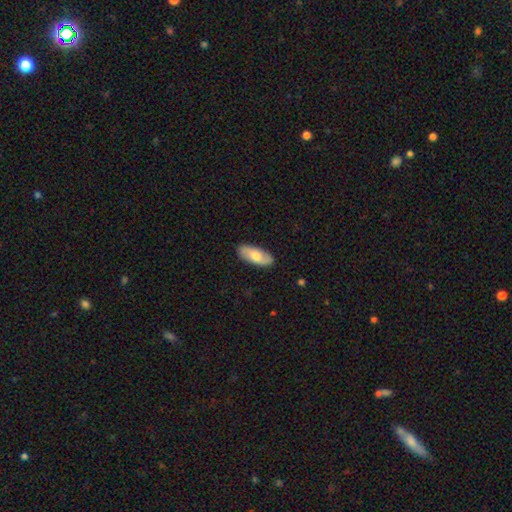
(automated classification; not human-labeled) Smooth or featured? smooth (68%)
How rounded? in between (84%)
Merging? none (87%)